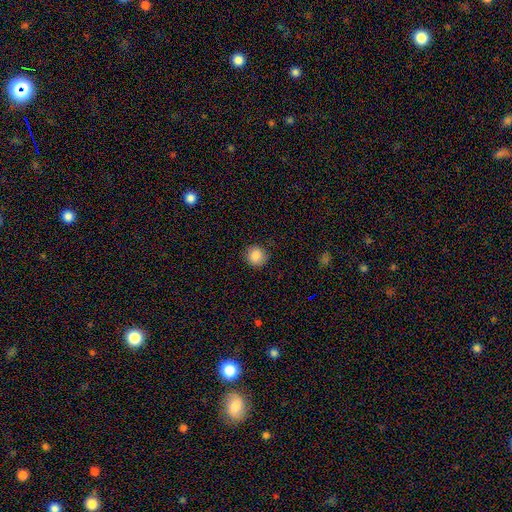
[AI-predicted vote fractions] The model was most divided on "smooth or featured": smooth: 87%, star or artifact: 9%, featured or disk: 4%. More confident: how rounded — round (93%); merging — none (88%).